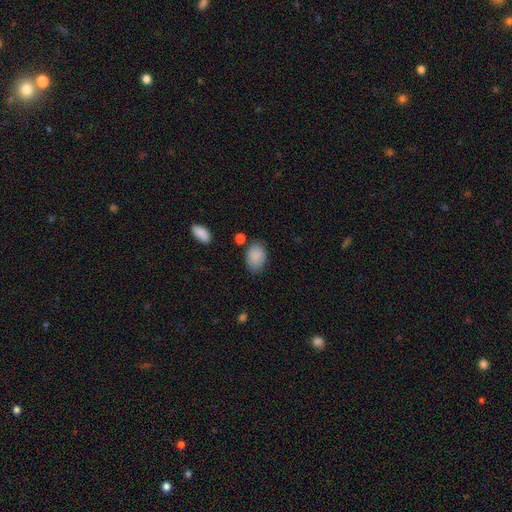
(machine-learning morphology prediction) Smooth or featured?
  - smooth: 88% *
  - star or artifact: 7%
  - featured or disk: 5%
How rounded?
  - in between: 83% *
  - round: 16%
  - cigar-shaped: 1%
Merging?
  - none: 74% *
  - minor disturbance: 17%
  - major disturbance: 4%
  - merger: 4%